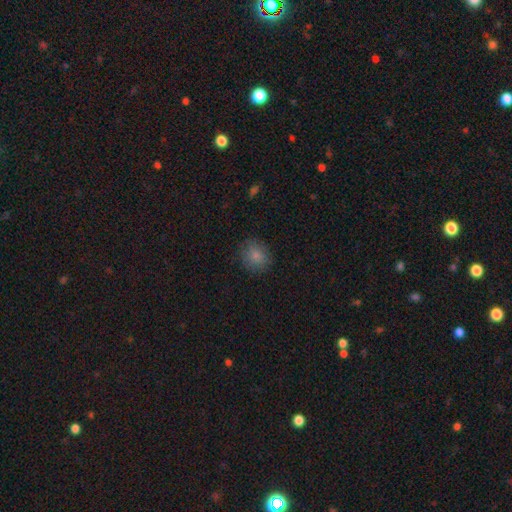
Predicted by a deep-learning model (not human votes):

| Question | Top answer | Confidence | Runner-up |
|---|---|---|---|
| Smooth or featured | smooth | 83% | star or artifact (9%) |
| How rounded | round | 78% | in between (21%) |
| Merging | none | 82% | minor disturbance (14%) |